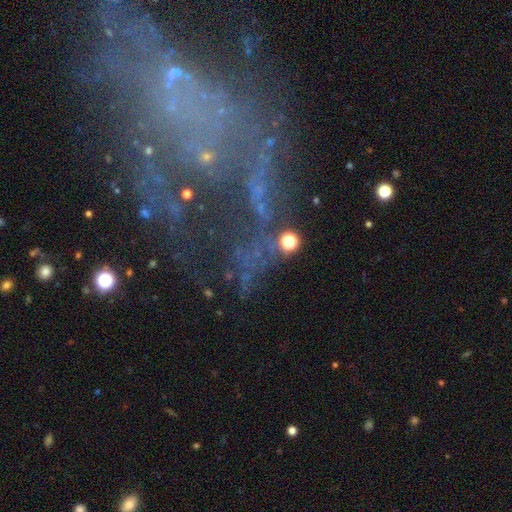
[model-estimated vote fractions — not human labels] Smooth or featured: featured or disk — 47% (star or artifact — 37%)
Merging: none — 48% (major disturbance — 28%)